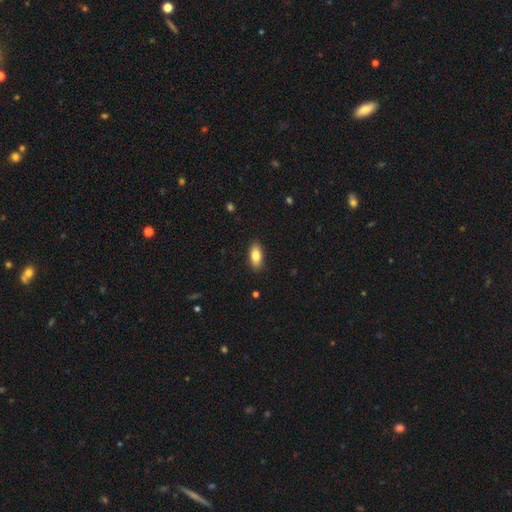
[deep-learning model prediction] Smooth or featured? smooth (83%)
How rounded? in between (86%)
Merging? none (88%)